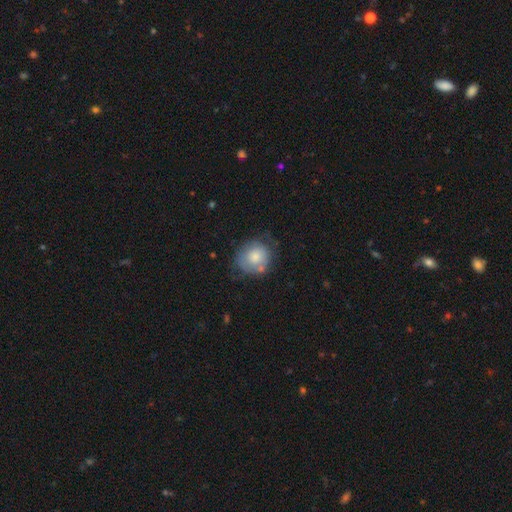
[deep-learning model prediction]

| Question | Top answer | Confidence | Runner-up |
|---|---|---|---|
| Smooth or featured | smooth | 72% | featured or disk (21%) |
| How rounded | round | 77% | in between (22%) |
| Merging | none | 54% | minor disturbance (28%) |